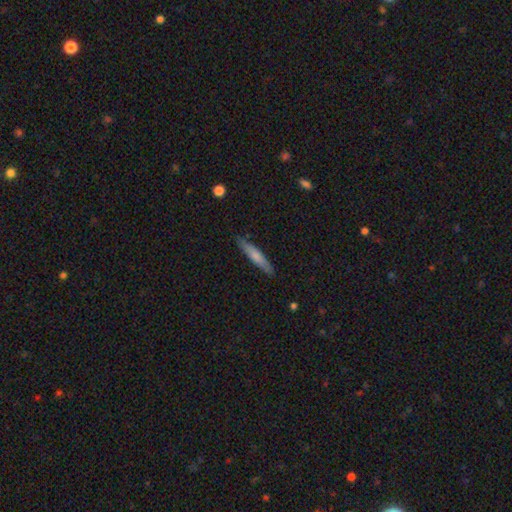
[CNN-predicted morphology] Smooth or featured: smooth — 66% (featured or disk — 29%)
How rounded: cigar-shaped — 91% (in between — 8%)
Merging: none — 87% (minor disturbance — 10%)